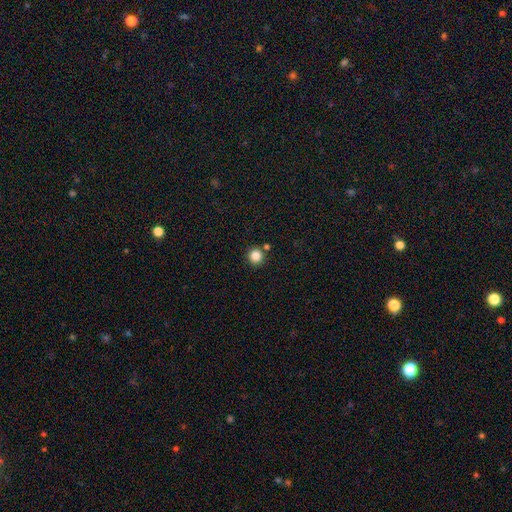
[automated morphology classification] Overall: smooth (85%). How rounded: round (95%). Merging: none (84%).